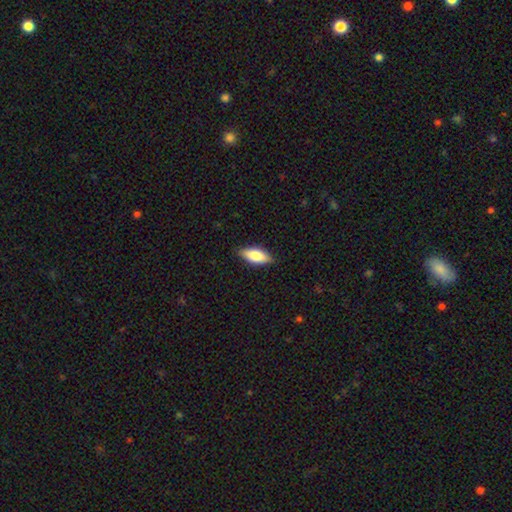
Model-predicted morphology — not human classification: This appears to be a smooth galaxy with no disk features (79%) that is in between round and cigar-shaped (79%). Merging: none (87%).